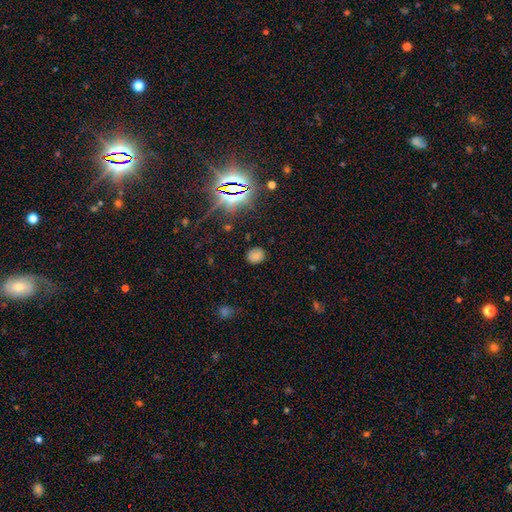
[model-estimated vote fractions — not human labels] smooth 71%, star or artifact 22%, featured or disk 7%. Down the decision tree: how rounded — round (66%); merging — none (83%).